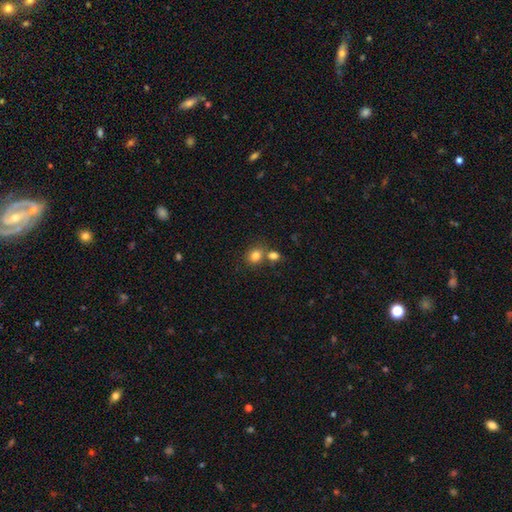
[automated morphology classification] Overall: smooth (81%). How rounded: round (70%). Merging: none (57%; merger 32%).